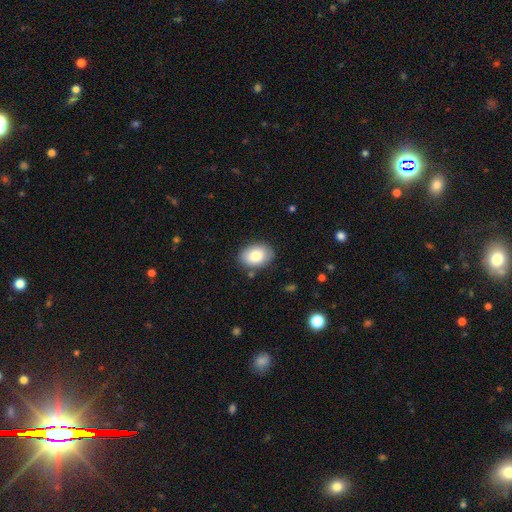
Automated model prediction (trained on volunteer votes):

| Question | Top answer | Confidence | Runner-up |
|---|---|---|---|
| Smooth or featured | smooth | 82% | featured or disk (10%) |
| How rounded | in between | 78% | round (21%) |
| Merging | none | 84% | minor disturbance (11%) |